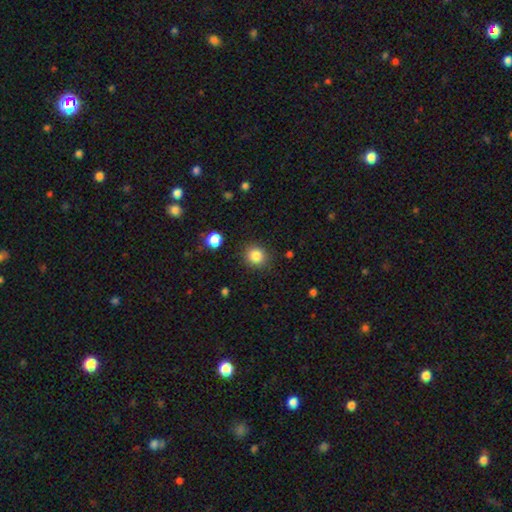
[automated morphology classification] type=smooth (84%); roundness=round (87%); merging=none (88%).